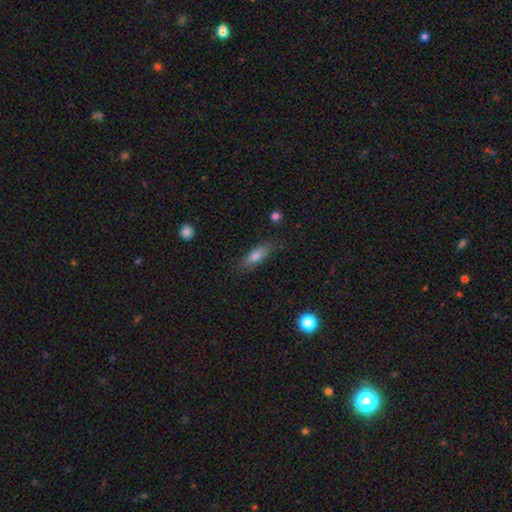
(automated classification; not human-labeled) smooth 75%, featured or disk 16%, star or artifact 9%. Down the decision tree: how rounded — in between (58%); merging — none (79%).